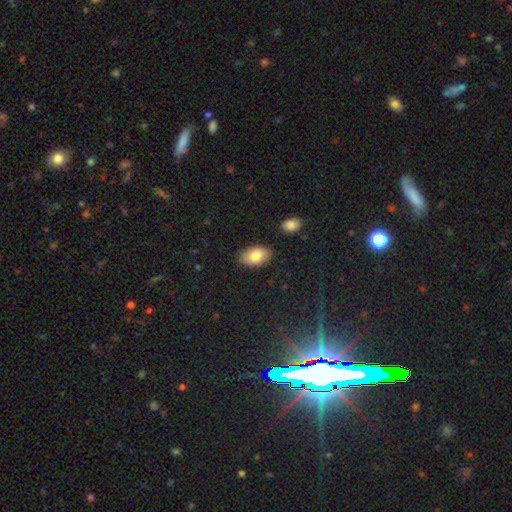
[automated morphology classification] Smooth or featured?
  - smooth: 82% *
  - featured or disk: 11%
  - star or artifact: 7%
How rounded?
  - in between: 93% *
  - round: 5%
  - cigar-shaped: 1%
Merging?
  - none: 84% *
  - minor disturbance: 12%
  - major disturbance: 2%
  - merger: 2%